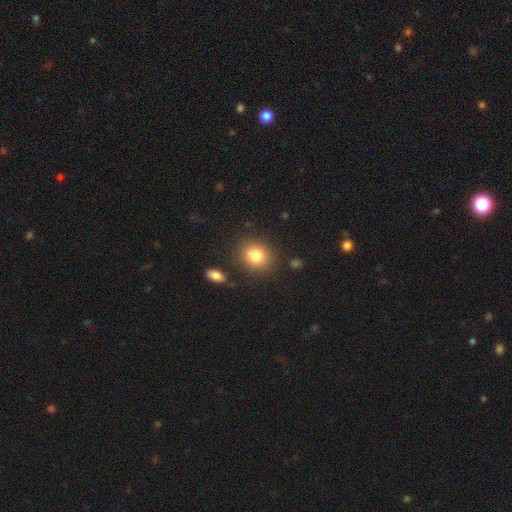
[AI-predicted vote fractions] A smooth galaxy with no disk features (83%) that is round (70%). Merging: none (82%).